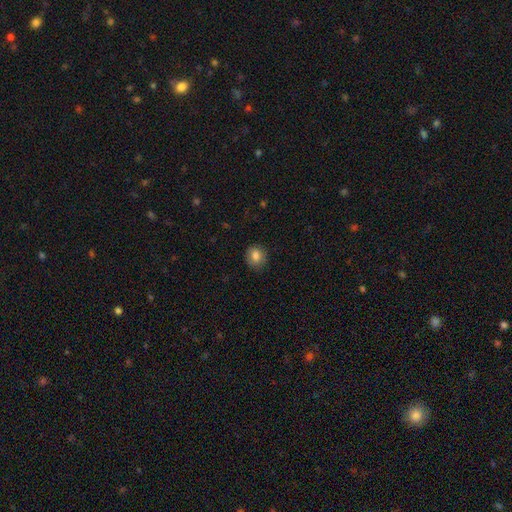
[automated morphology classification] Smooth or featured?
  - smooth: 82% *
  - star or artifact: 9%
  - featured or disk: 8%
How rounded?
  - round: 76% *
  - in between: 23%
  - cigar-shaped: 1%
Merging?
  - none: 85% *
  - minor disturbance: 12%
  - major disturbance: 2%
  - merger: 1%